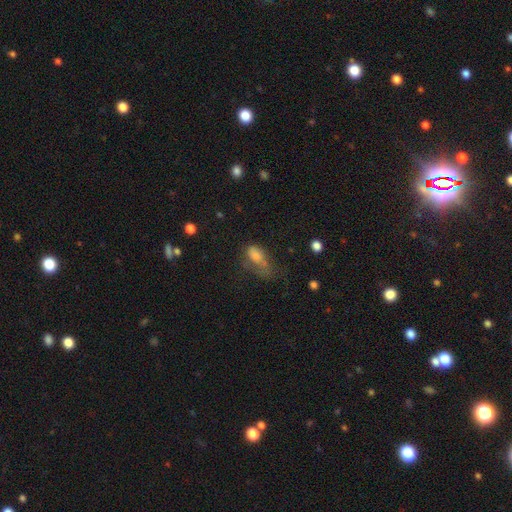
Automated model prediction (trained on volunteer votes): Morphology: type=smooth (65%); roundness=in between (81%); merging=major disturbance (45%).